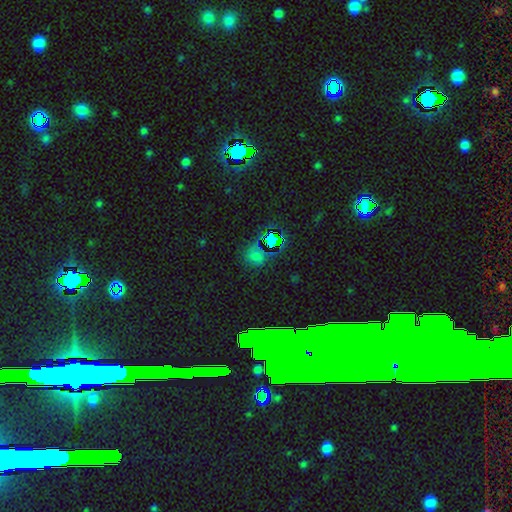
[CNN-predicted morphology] smooth_or_featured: smooth (p=0.47) [alt: star or artifact p=0.46]
merging: none (p=0.71) [alt: minor disturbance p=0.16]